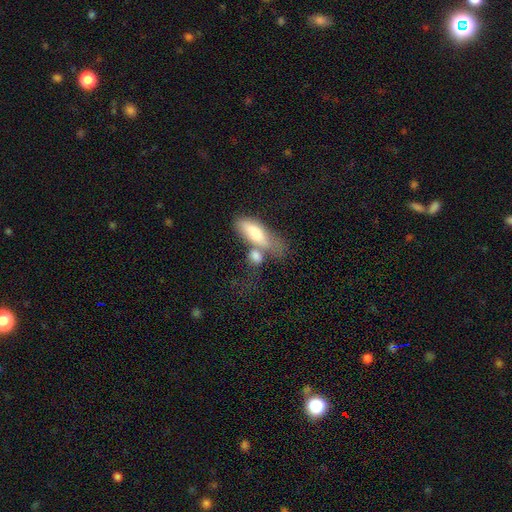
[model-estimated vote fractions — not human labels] Smooth or featured: smooth — 72% (featured or disk — 20%)
How rounded: in between — 67% (cigar-shaped — 22%)
Merging: merger — 45% (none — 29%)